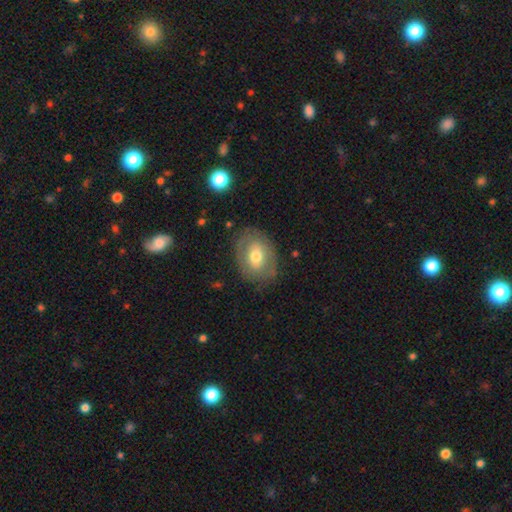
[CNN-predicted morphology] Smooth or featured? Predicted: smooth (p=0.52). How rounded? Predicted: in between (p=0.66). Merging? Predicted: none (p=0.76).